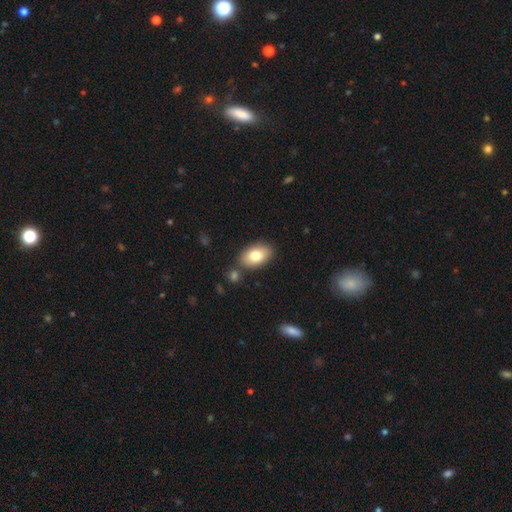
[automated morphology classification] A smooth galaxy with no disk features (78%) that is in between round and cigar-shaped (90%).

Vote fractions:
- Smooth or featured? smooth: 78% / featured or disk: 14% / star or artifact: 7%
- How rounded? in between: 90% / round: 8% / cigar-shaped: 1%
- Merging? none: 79% / minor disturbance: 12% / merger: 6% / major disturbance: 3%